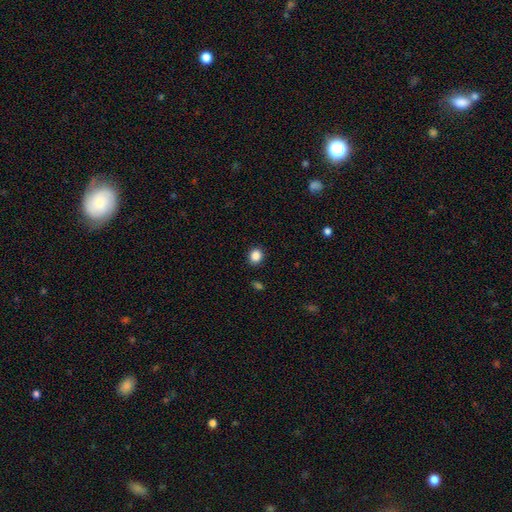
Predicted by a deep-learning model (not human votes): Overall: smooth (87%). How rounded: round (74%). Merging: none (90%).